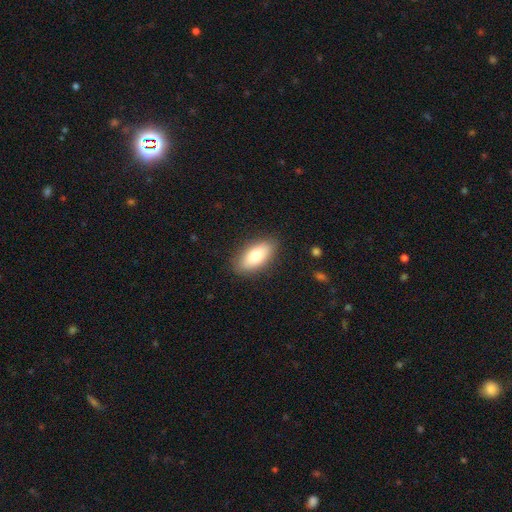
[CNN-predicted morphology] A smooth galaxy with no disk features (76%) that is in between round and cigar-shaped (87%). Merging: none (86%).